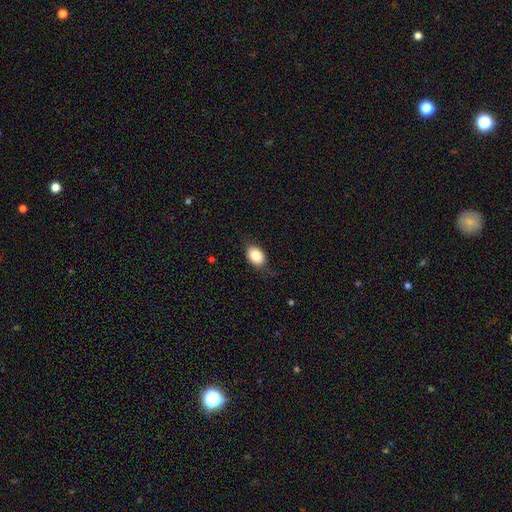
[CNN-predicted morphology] Smooth or featured? Predicted: smooth (p=0.84). How rounded? Predicted: in between (p=0.78). Merging? Predicted: none (p=0.76).